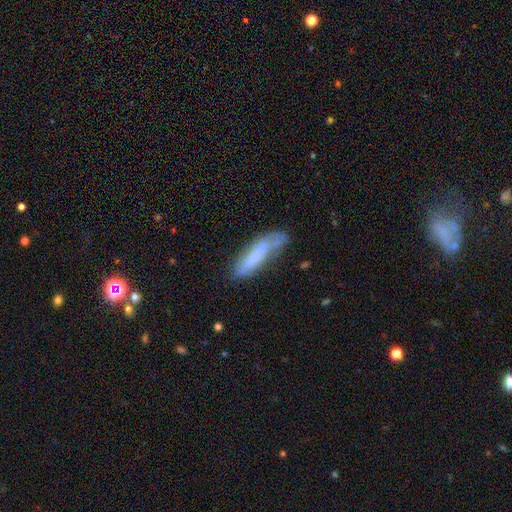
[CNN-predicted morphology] This appears to be a smooth galaxy with no disk features (61%) that is cigar-shaped (68%). Merging: none (47%).